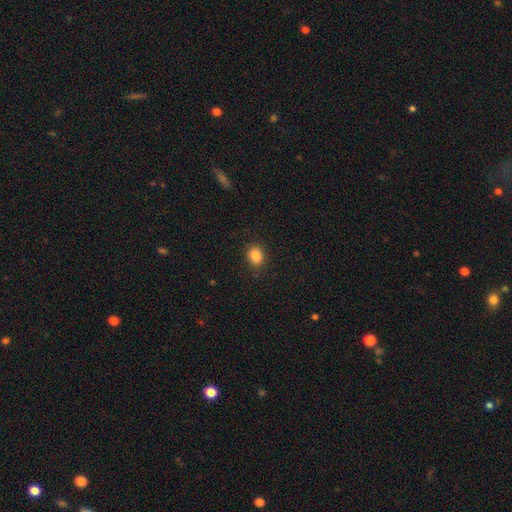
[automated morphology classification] This is clearly a smooth galaxy (86%). How rounded: possibly in between (51%). Merging: clearly none (87%).